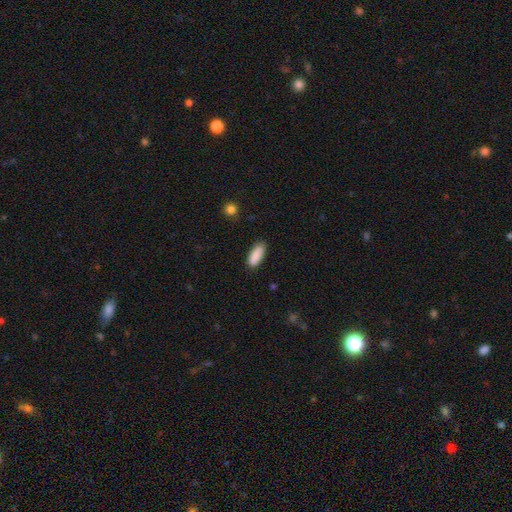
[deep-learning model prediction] Morphology: type=smooth (89%); roundness=in between (76%); merging=none (83%).